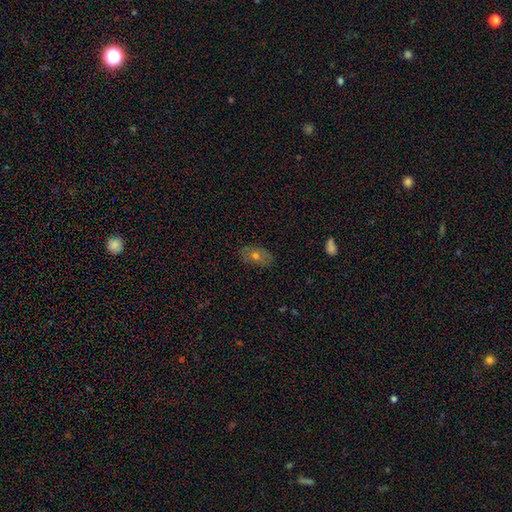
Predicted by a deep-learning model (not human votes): smooth_or_featured: smooth (p=0.57) [alt: featured or disk p=0.29]
how_rounded: in between (p=0.87) [alt: round p=0.10]
merging: none (p=0.83) [alt: minor disturbance p=0.13]